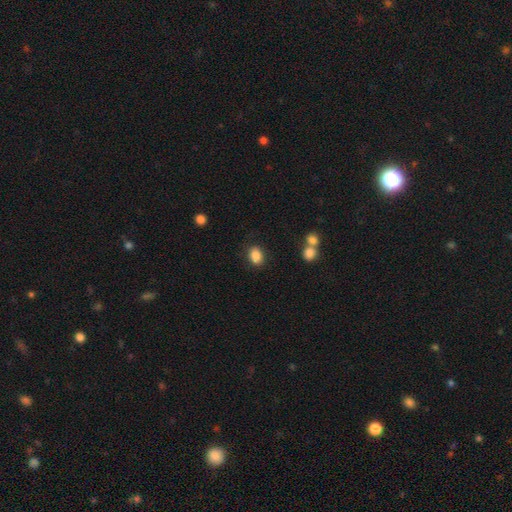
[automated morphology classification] smooth-or-featured: smooth: 87% | star or artifact: 9% | featured or disk: 4%
  how-rounded: in between: 74% | round: 24% | cigar-shaped: 1%
  merging: none: 83% | minor disturbance: 11% | major disturbance: 3% | merger: 3%